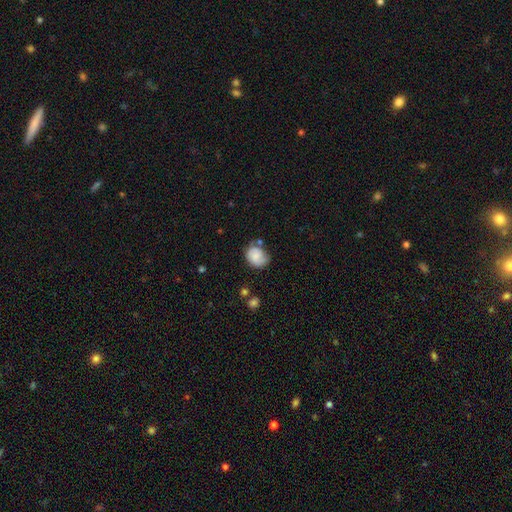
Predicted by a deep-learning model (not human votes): smooth_or_featured: smooth (p=0.73) [alt: featured or disk p=0.19]
how_rounded: round (p=0.54) [alt: in between p=0.45]
merging: none (p=0.50) [alt: minor disturbance p=0.32]